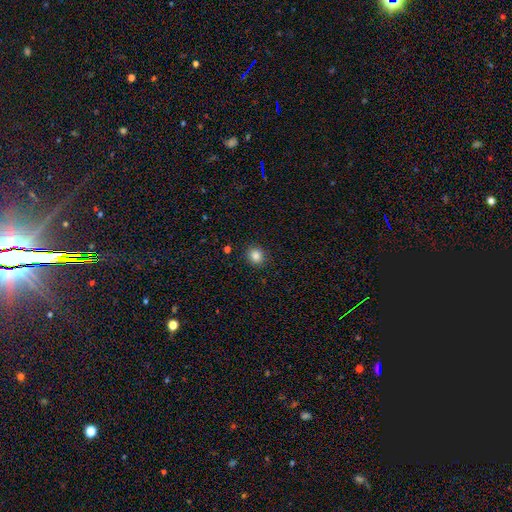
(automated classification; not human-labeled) Smooth or featured: smooth — 85% (star or artifact — 11%)
How rounded: round — 77% (in between — 22%)
Merging: none — 88% (minor disturbance — 8%)